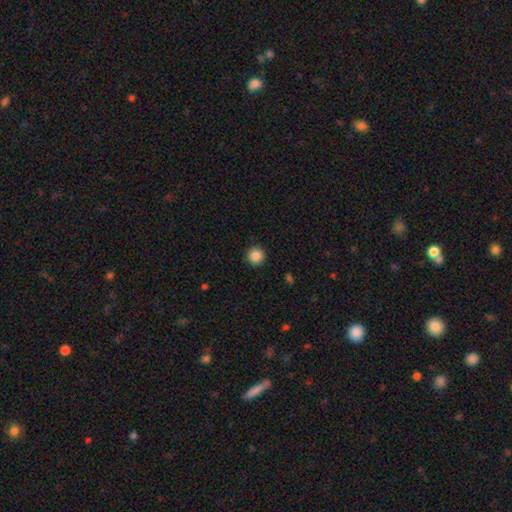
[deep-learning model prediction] Smooth or featured?
  - smooth: 86% *
  - star or artifact: 10%
  - featured or disk: 4%
How rounded?
  - round: 95% *
  - in between: 4%
  - cigar-shaped: 1%
Merging?
  - none: 92% *
  - minor disturbance: 5%
  - major disturbance: 2%
  - merger: 1%